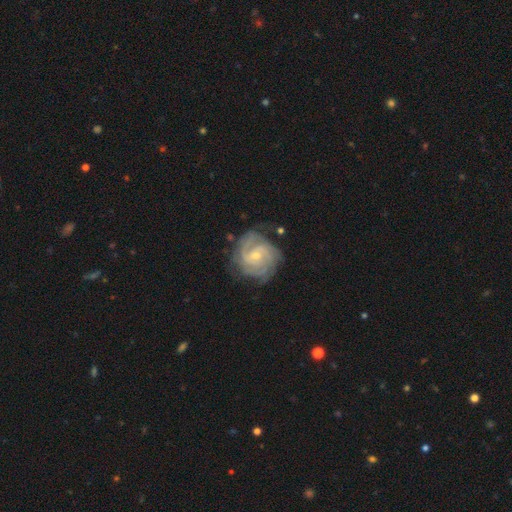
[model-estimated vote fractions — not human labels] A featured or disk galaxy (88%) with no bar (53%), 3 (28%) tight (67%) spiral arms (98%) and a small central bulge (69%). Merging: none (71%).